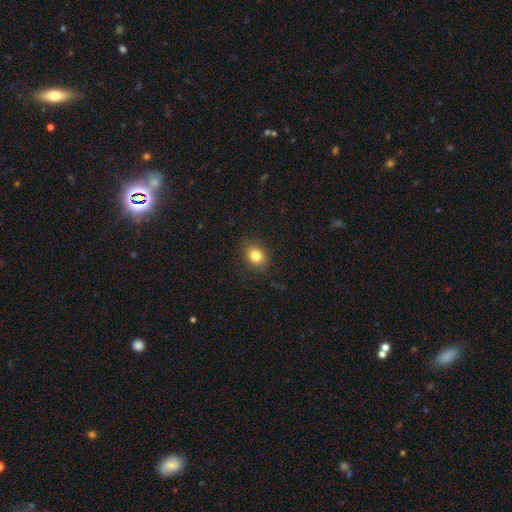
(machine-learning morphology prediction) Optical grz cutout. It shows a smooth galaxy with no disk features (82%) that is in between round and cigar-shaped (54%). Merging: none (85%).